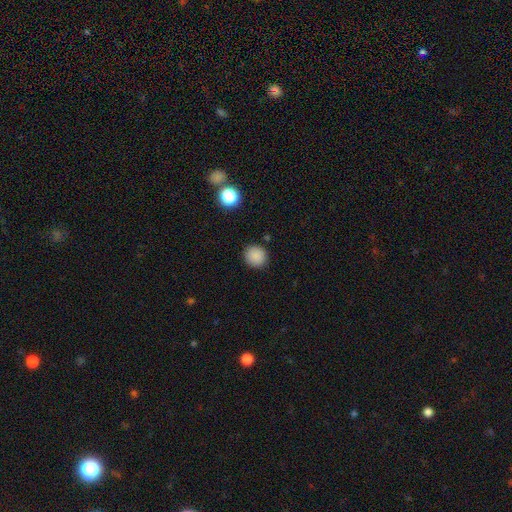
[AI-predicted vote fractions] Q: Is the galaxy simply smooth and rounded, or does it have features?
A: smooth — 87%.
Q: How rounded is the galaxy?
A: round — 91%.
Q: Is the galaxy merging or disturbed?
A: none — 89%.